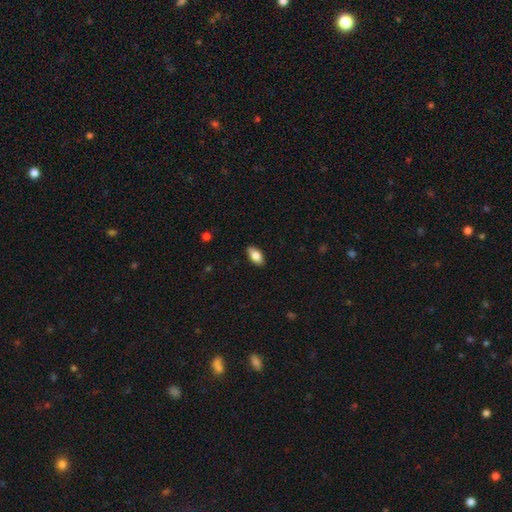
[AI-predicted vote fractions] Smooth or featured? smooth (80%)
How rounded? in between (90%)
Merging? none (86%)